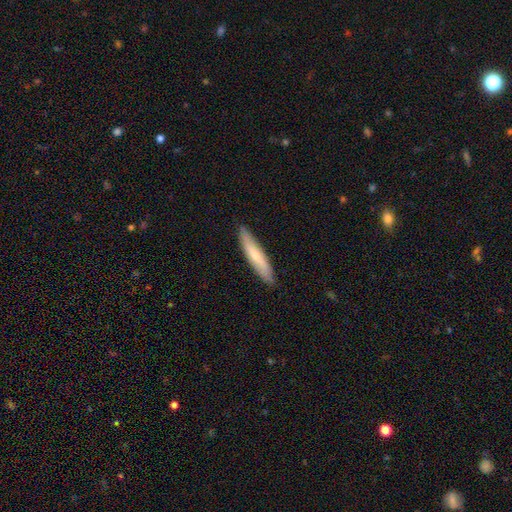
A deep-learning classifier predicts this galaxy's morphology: smooth 63%, featured or disk 31%, star or artifact 5%. Down the decision tree: how rounded — cigar-shaped (88%); merging — none (88%).